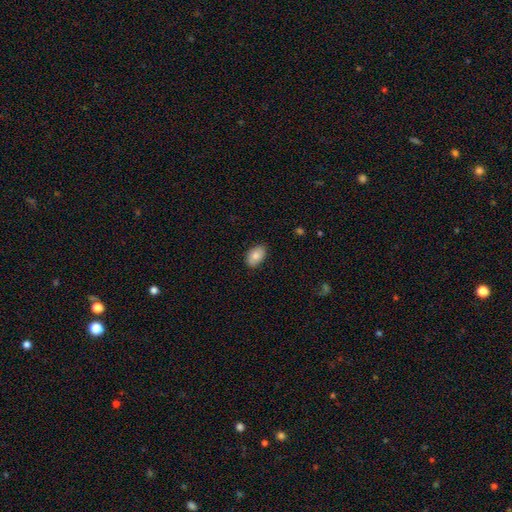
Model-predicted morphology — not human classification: A smooth galaxy with no disk features (82%) that is in between round and cigar-shaped (90%).

Vote fractions:
- Smooth or featured? smooth: 82% / featured or disk: 11% / star or artifact: 7%
- How rounded? in between: 90% / round: 8% / cigar-shaped: 1%
- Merging? none: 84% / minor disturbance: 12% / major disturbance: 2% / merger: 1%